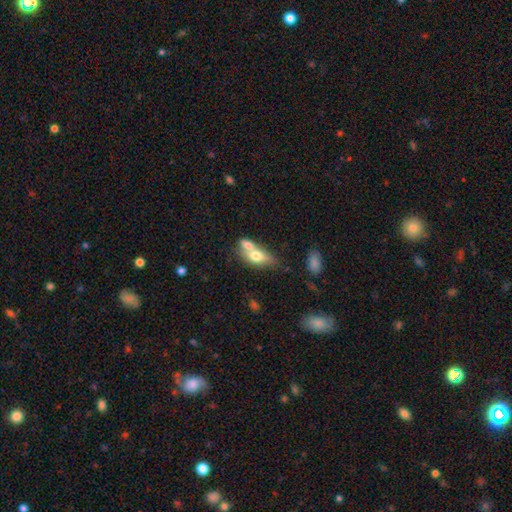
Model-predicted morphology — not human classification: smooth 65%, featured or disk 28%, star or artifact 7%. Down the decision tree: how rounded — in between (73%); merging — merger (60%).